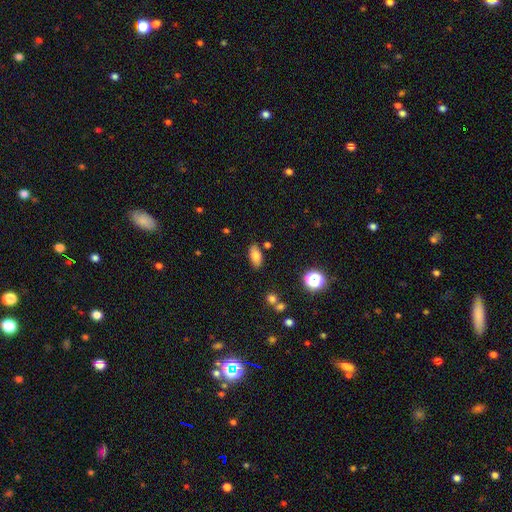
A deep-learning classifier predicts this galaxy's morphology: Smooth or featured? smooth (77%)
How rounded? in between (88%)
Merging? none (82%)